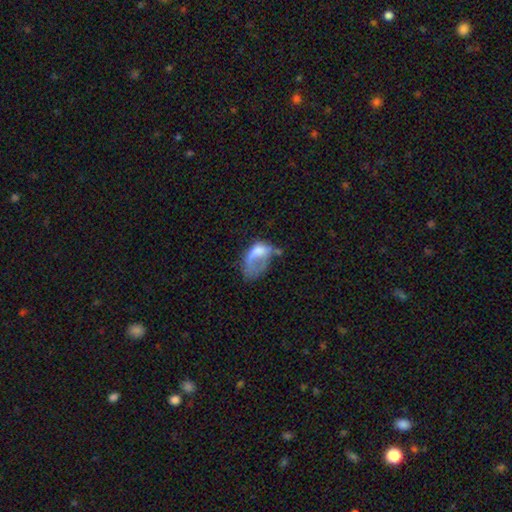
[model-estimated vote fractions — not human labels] This is possibly a smooth galaxy (52%). How rounded: clearly in between (85%). Merging: possibly major disturbance (55%).